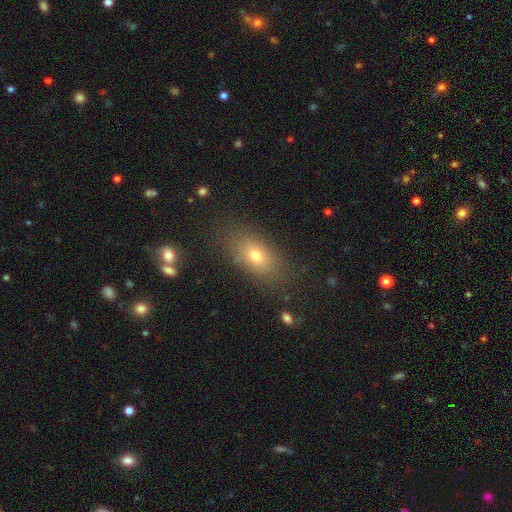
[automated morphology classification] Smooth or featured: smooth — 73% (featured or disk — 15%)
How rounded: in between — 83% (round — 11%)
Merging: none — 81% (minor disturbance — 12%)